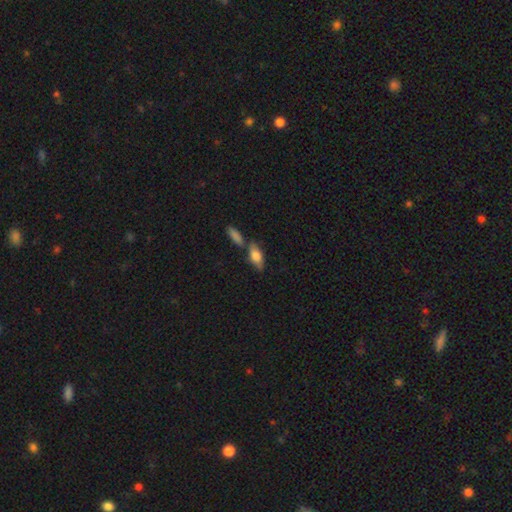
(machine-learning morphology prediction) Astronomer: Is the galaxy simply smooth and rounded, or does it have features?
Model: smooth — 70%.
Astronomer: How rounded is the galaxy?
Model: in between — 79%.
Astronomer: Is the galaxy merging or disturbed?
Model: none — 55%.